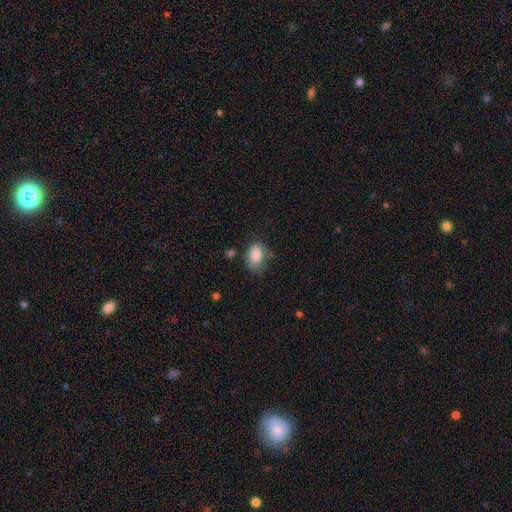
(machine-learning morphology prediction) The model was most divided on "merging": none: 48%, minor disturbance: 33%, major disturbance: 15%, merger: 4%. More confident: smooth or featured — smooth (80%); how rounded — in between (78%).